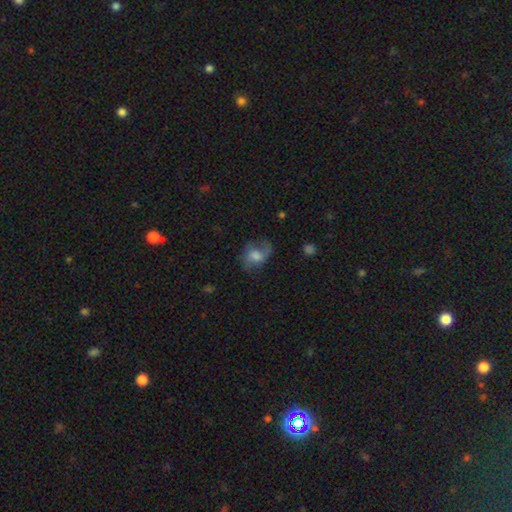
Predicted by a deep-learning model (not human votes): smooth 47%, featured or disk 44%, star or artifact 9%. Down the decision tree: merging — none (46%).